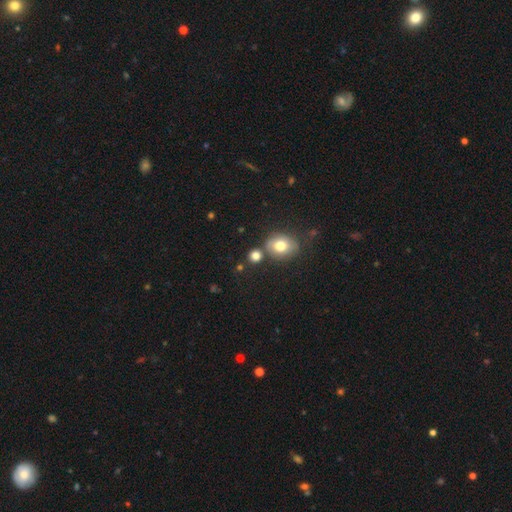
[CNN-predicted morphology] Q: Smooth or featured?
A: smooth (78%); runner-up: star or artifact (13%)
Q: How rounded?
A: round (78%); runner-up: in between (21%)
Q: Merging?
A: none (70%); runner-up: merger (15%)